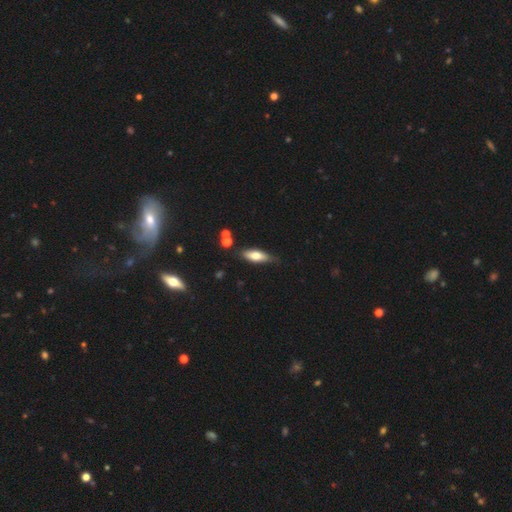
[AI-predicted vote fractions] Smooth or featured: smooth — 66% (featured or disk — 27%)
How rounded: in between — 60% (cigar-shaped — 38%)
Merging: none — 73% (minor disturbance — 19%)